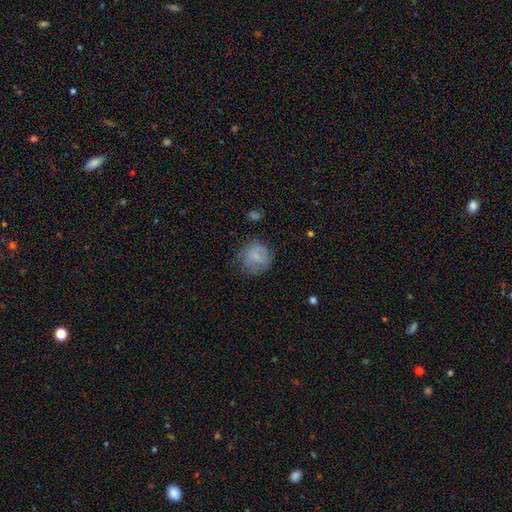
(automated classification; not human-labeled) This is likely a smooth galaxy (66%). How rounded: clearly round (84%). Merging: likely none (67%).